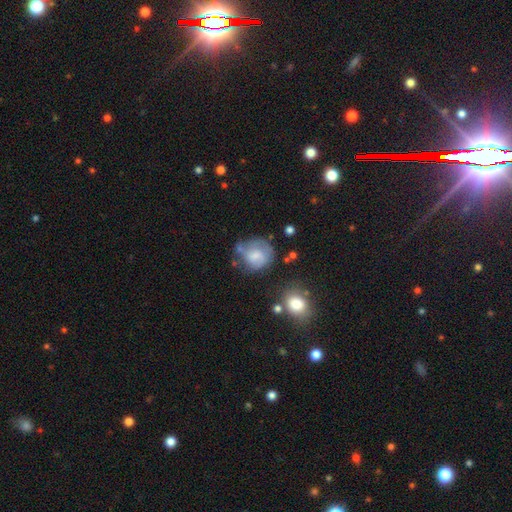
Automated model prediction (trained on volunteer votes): This appears to be a smooth galaxy with no disk features (55%) that is round (76%). Merging: none (45%).